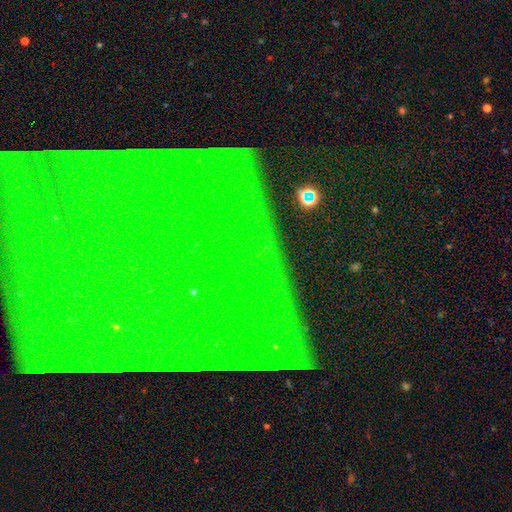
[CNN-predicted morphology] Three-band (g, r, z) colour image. It shows a star or artifact, not a galaxy (84%).